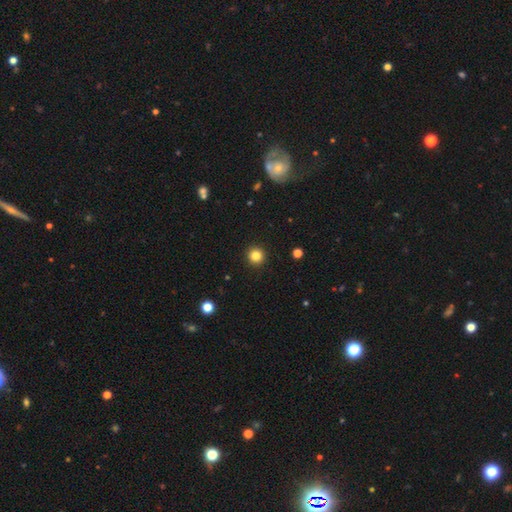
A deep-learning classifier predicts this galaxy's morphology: smooth 83%, star or artifact 12%, featured or disk 5%. Down the decision tree: how rounded — round (95%); merging — none (93%).